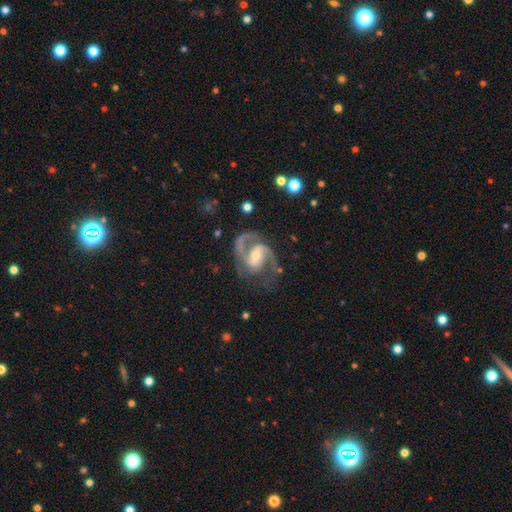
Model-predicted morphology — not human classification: This is clearly a featured or disk galaxy (92%). It is clearly not viewed edge-on (98%). Bar: possibly weak (46%). Spiral arm pattern: clearly yes (98%). Spiral arm count: clearly 2 (87%). Spiral winding: likely medium (62%). Central bulge: possibly moderate (54%). Merging: likely none (66%).